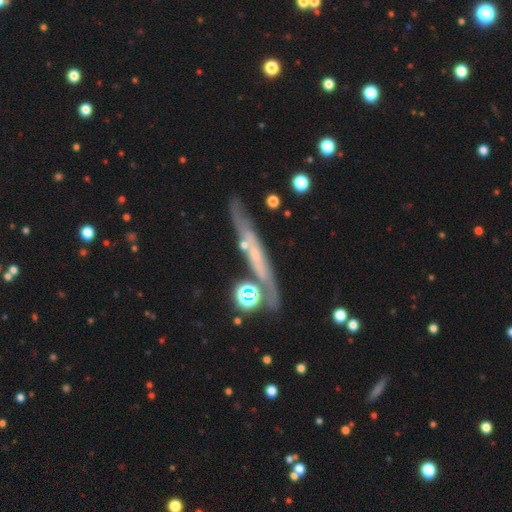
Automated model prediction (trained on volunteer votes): smooth_or_featured: featured or disk (p=0.64) [alt: smooth p=0.25]
disk_edge_on: yes (p=0.75) [alt: no p=0.25]
merging: none (p=0.71) [alt: minor disturbance p=0.16]